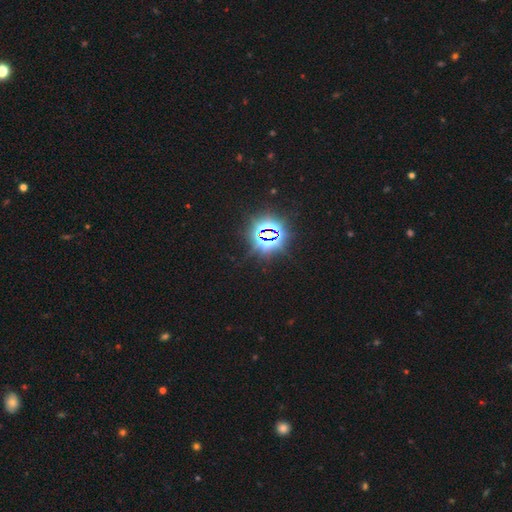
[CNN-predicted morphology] type=star or artifact (82%).